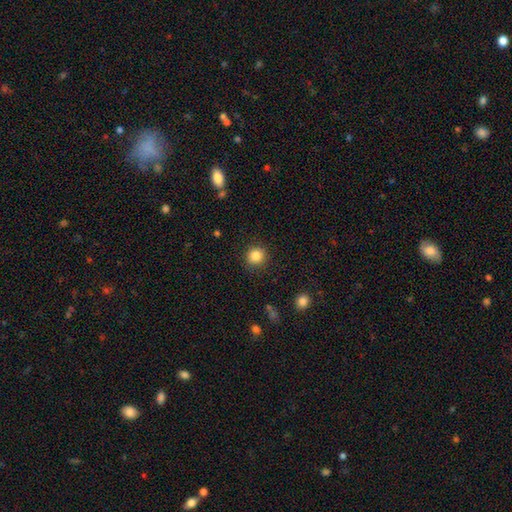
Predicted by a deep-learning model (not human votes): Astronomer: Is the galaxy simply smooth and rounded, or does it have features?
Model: smooth — 85%.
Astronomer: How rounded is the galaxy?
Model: round — 91%.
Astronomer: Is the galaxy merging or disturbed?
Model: none — 89%.